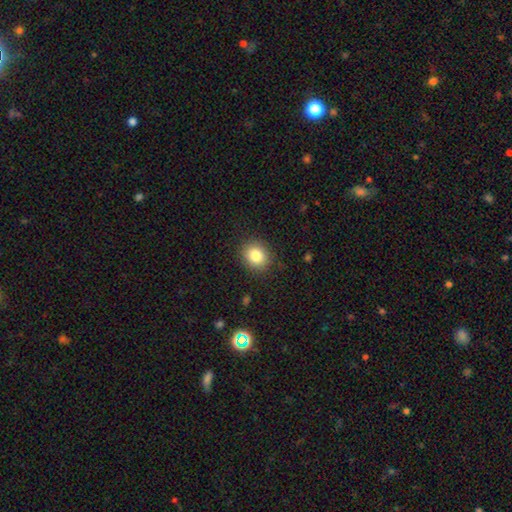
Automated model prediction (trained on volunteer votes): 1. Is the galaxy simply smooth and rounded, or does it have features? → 83% smooth, 10% star or artifact, 7% featured or disk.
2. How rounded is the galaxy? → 71% round, 29% in between, 1% cigar-shaped.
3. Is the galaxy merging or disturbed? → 88% none, 8% minor disturbance, 3% major disturbance, 1% merger.